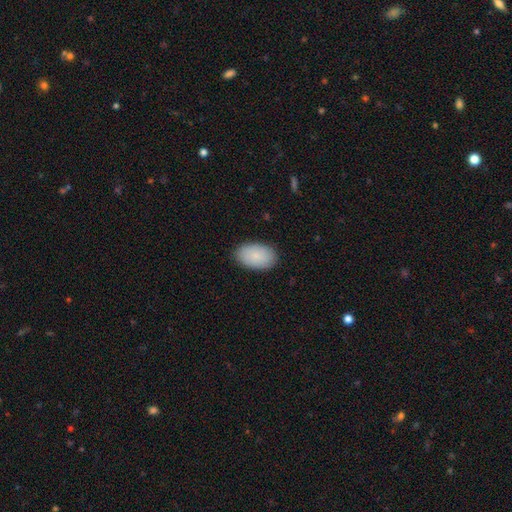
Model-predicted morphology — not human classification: This appears to be a smooth galaxy with no disk features (87%) that is in between round and cigar-shaped (92%). Merging: none (88%).